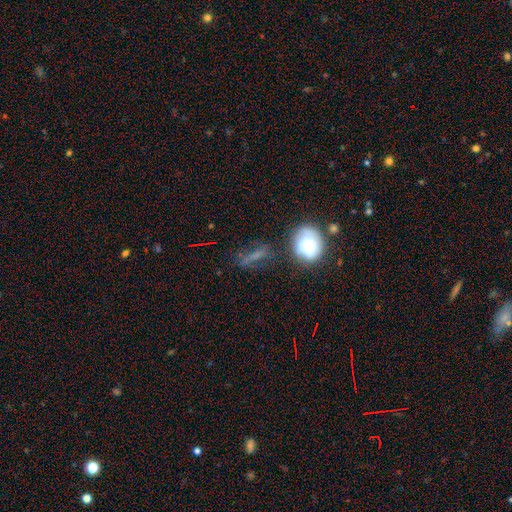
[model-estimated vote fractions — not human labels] smooth 51%, featured or disk 31%, star or artifact 18%. Down the decision tree: how rounded — in between (40%); merging — none (59%).